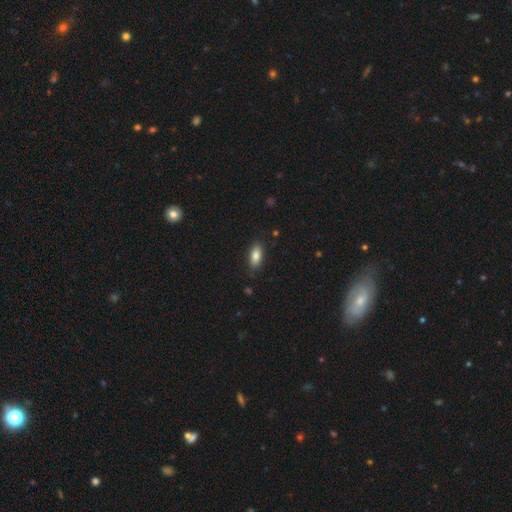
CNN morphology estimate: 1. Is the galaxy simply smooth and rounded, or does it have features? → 84% smooth, 9% featured or disk, 7% star or artifact.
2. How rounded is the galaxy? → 85% in between, 12% cigar-shaped, 3% round.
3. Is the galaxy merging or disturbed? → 84% none, 12% minor disturbance, 3% major disturbance, 1% merger.